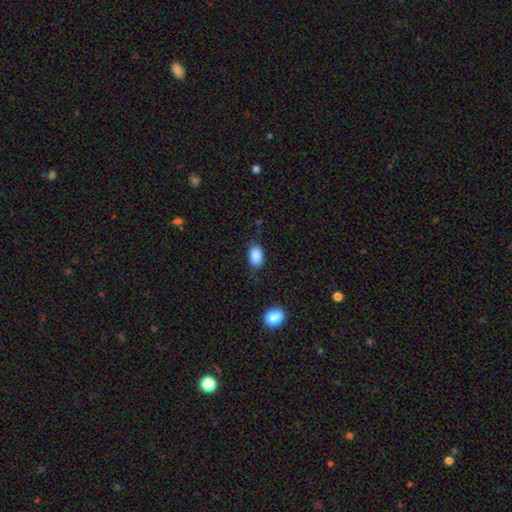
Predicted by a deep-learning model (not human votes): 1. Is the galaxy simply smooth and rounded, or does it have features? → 88% smooth, 8% star or artifact, 4% featured or disk.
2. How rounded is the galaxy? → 87% in between, 12% round, 1% cigar-shaped.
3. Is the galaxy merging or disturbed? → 77% none, 17% minor disturbance, 4% major disturbance, 2% merger.